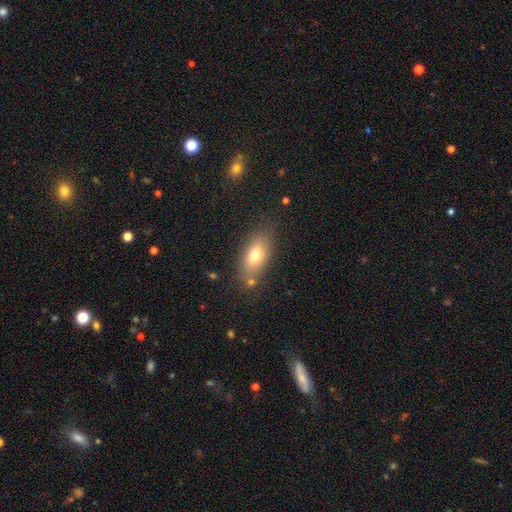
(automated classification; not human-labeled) Smooth or featured?
  - smooth: 71% *
  - featured or disk: 20%
  - star or artifact: 10%
How rounded?
  - in between: 84% *
  - cigar-shaped: 9%
  - round: 7%
Merging?
  - none: 74% *
  - minor disturbance: 15%
  - merger: 6%
  - major disturbance: 5%